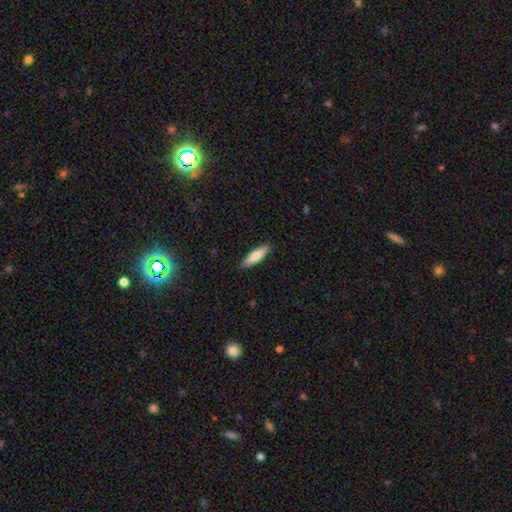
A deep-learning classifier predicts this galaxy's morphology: This appears to be a smooth galaxy with no disk features (78%) that is cigar-shaped (63%). Merging: none (89%).